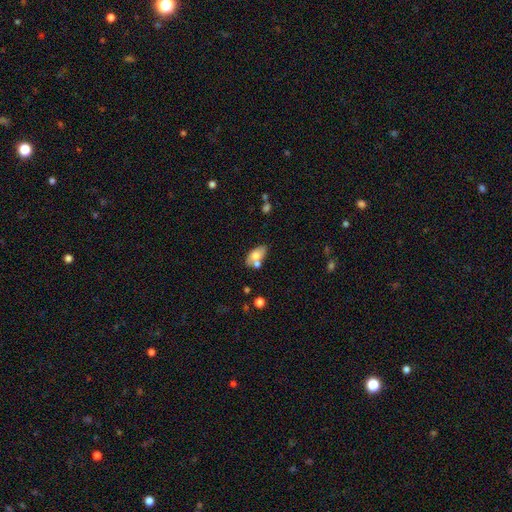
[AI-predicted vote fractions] Smooth or featured?
  - smooth: 69% *
  - featured or disk: 23%
  - star or artifact: 7%
How rounded?
  - in between: 90% *
  - round: 5%
  - cigar-shaped: 5%
Merging?
  - none: 55% *
  - merger: 25%
  - minor disturbance: 16%
  - major disturbance: 5%